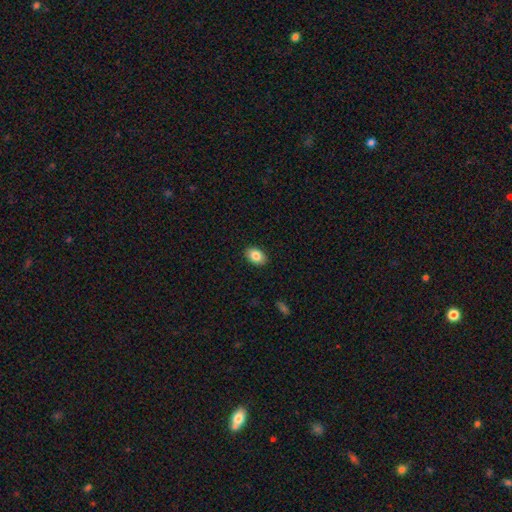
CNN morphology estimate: This is clearly a smooth galaxy (84%). How rounded: clearly in between (83%). Merging: clearly none (90%).